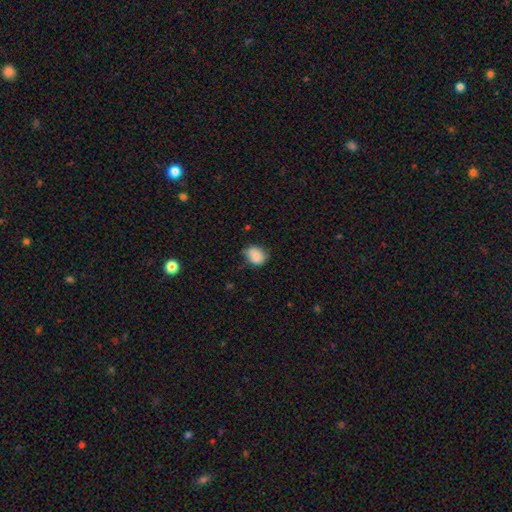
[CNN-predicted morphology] Smooth or featured? Predicted: smooth (p=0.83). How rounded? Predicted: round (p=0.51). Merging? Predicted: none (p=0.62).